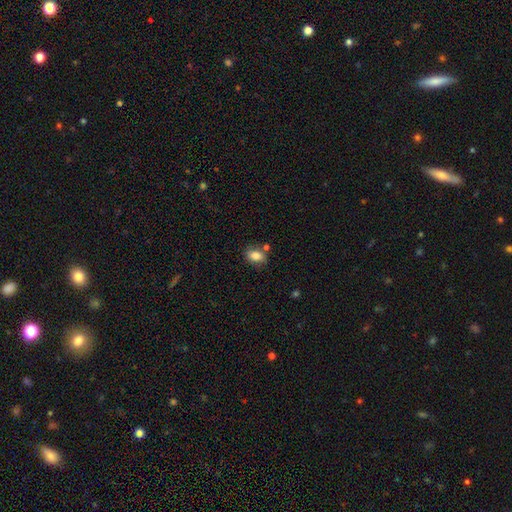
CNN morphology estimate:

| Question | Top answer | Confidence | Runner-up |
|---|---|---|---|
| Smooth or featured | smooth | 83% | star or artifact (9%) |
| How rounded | in between | 75% | round (24%) |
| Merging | none | 73% | minor disturbance (14%) |